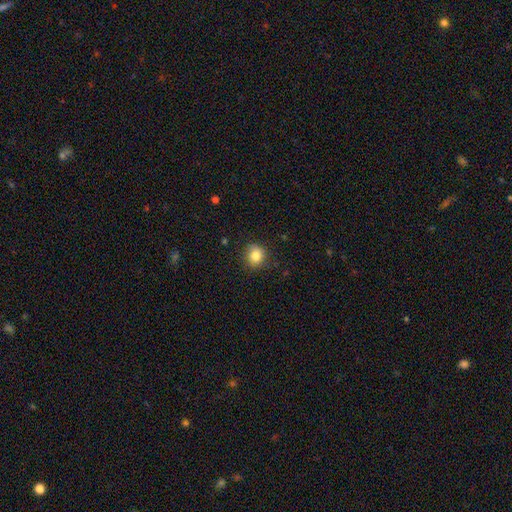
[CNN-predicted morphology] smooth 83%, star or artifact 11%, featured or disk 7%. Down the decision tree: how rounded — round (85%); merging — none (84%).